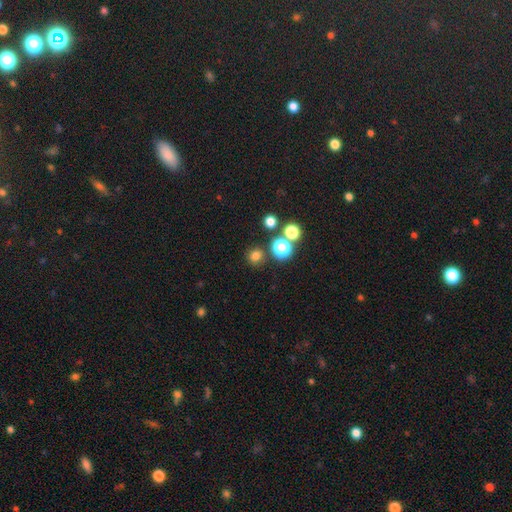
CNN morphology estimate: type=smooth (75%); roundness=round (91%); merging=none (84%).